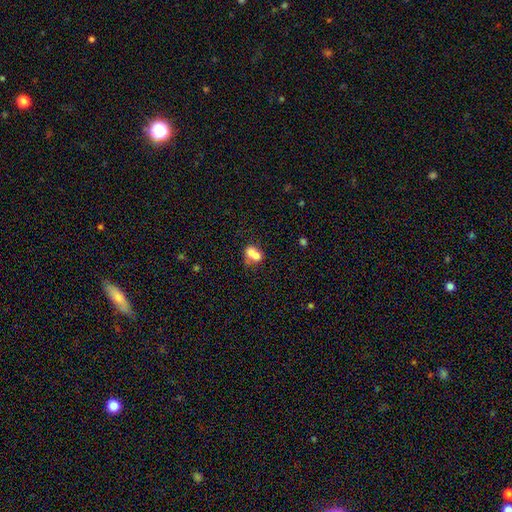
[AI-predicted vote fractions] Smooth or featured? smooth (70%)
How rounded? in between (68%)
Merging? merger (57%)